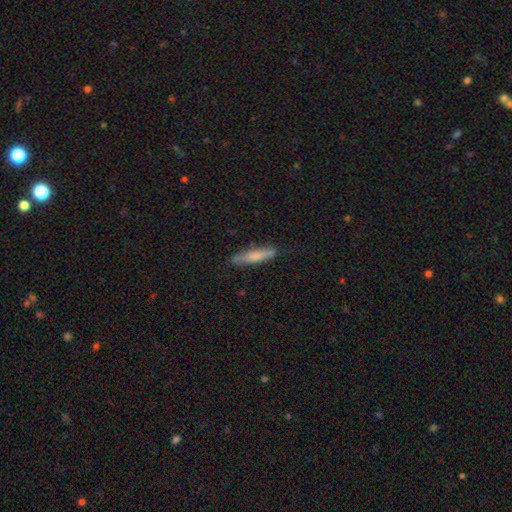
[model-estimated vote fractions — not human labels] Q: Smooth or featured?
A: smooth (71%); runner-up: featured or disk (23%)
Q: How rounded?
A: cigar-shaped (85%); runner-up: in between (13%)
Q: Merging?
A: none (81%); runner-up: minor disturbance (14%)